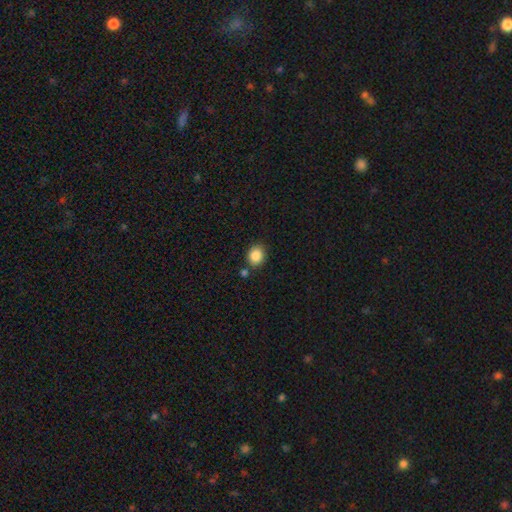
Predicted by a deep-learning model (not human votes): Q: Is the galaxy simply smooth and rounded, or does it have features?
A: smooth — 86%.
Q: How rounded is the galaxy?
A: round — 64%.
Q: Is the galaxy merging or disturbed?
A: none — 77%.